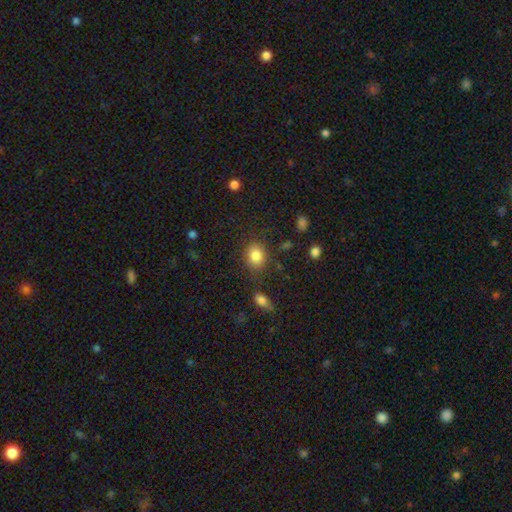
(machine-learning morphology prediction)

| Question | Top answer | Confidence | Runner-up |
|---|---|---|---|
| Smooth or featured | smooth | 84% | star or artifact (9%) |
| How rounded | round | 51% | in between (48%) |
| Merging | none | 77% | minor disturbance (13%) |